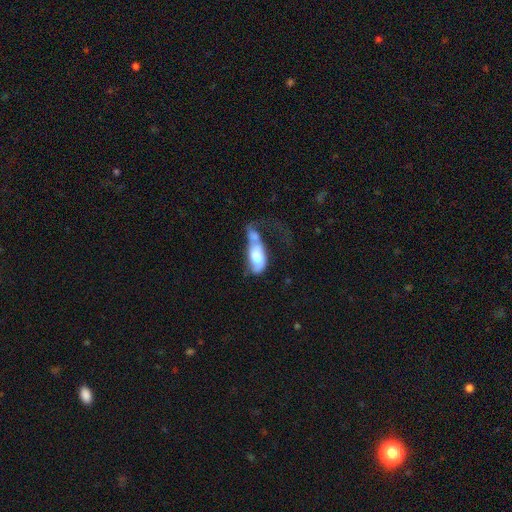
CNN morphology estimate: Smooth or featured: smooth — 53% (featured or disk — 39%)
How rounded: in between — 85% (cigar-shaped — 11%)
Merging: merger — 44% (major disturbance — 34%)